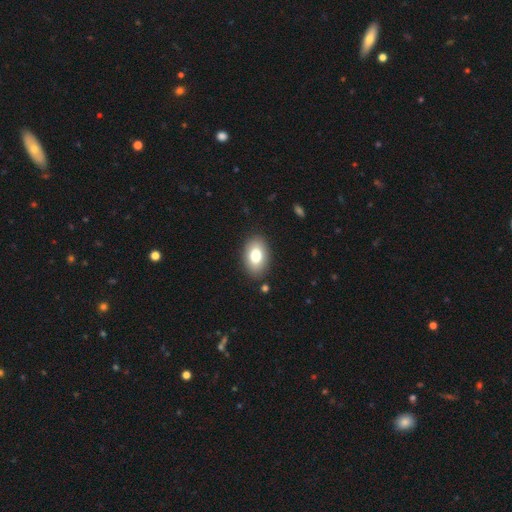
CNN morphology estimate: This is likely a smooth galaxy (78%). How rounded: clearly in between (89%). Merging: clearly none (86%).